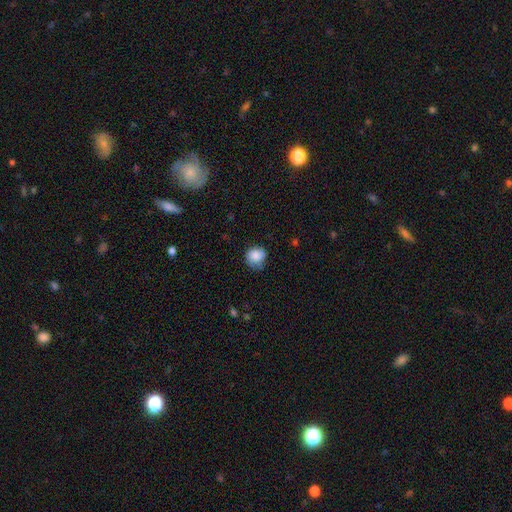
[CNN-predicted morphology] This is clearly a smooth galaxy (81%). How rounded: likely round (79%). Merging: possibly none (57%).